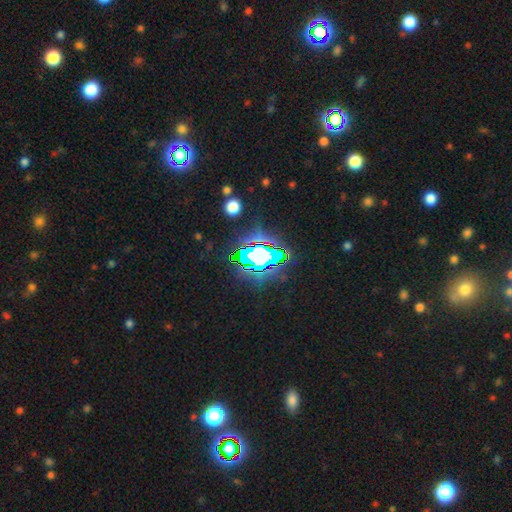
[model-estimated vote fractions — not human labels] Smooth or featured? Predicted: star or artifact (p=0.71).